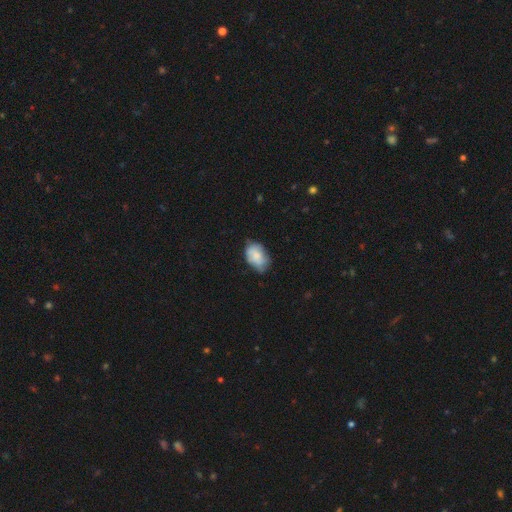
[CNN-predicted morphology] A smooth galaxy with no disk features (77%) that is in between round and cigar-shaped (84%). Merging: none (58%).